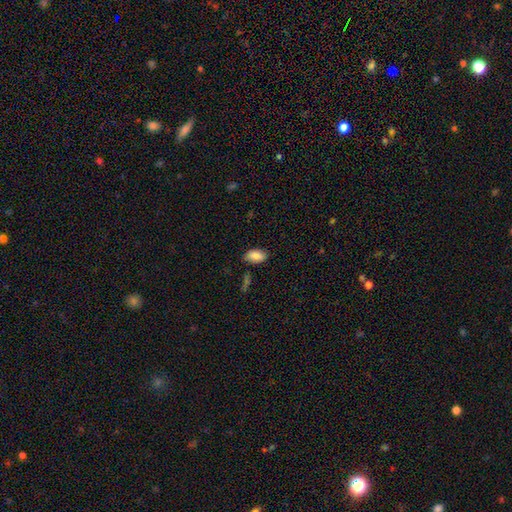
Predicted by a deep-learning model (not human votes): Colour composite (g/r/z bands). It shows a smooth galaxy with no disk features (85%) that is in between round and cigar-shaped (93%). Merging: none (79%).